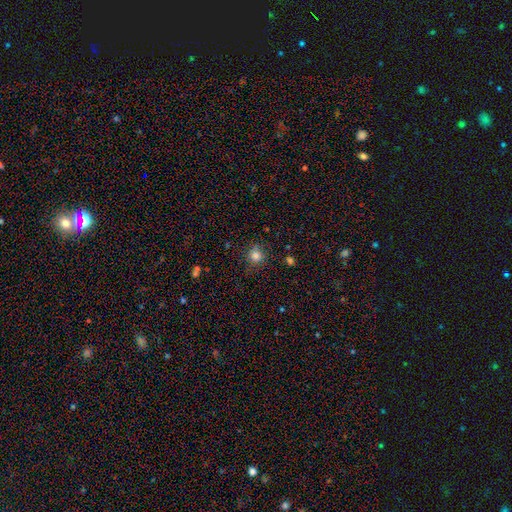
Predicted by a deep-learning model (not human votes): smooth_or_featured: smooth (p=0.82) [alt: star or artifact p=0.13]
how_rounded: round (p=0.89) [alt: in between p=0.10]
merging: none (p=0.81) [alt: minor disturbance p=0.13]